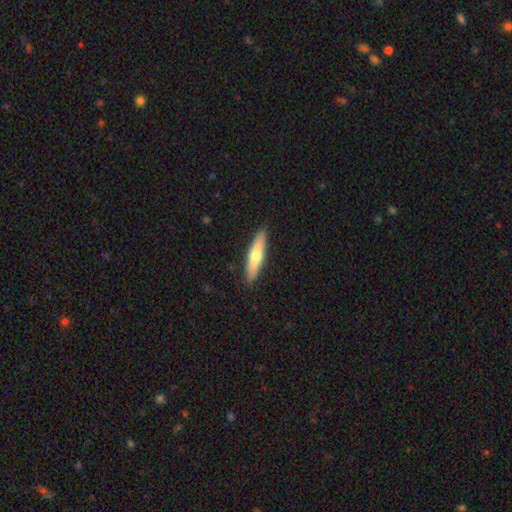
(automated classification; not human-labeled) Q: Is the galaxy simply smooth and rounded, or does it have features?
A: smooth — 59%.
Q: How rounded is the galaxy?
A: cigar-shaped — 80%.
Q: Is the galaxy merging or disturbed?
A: none — 90%.